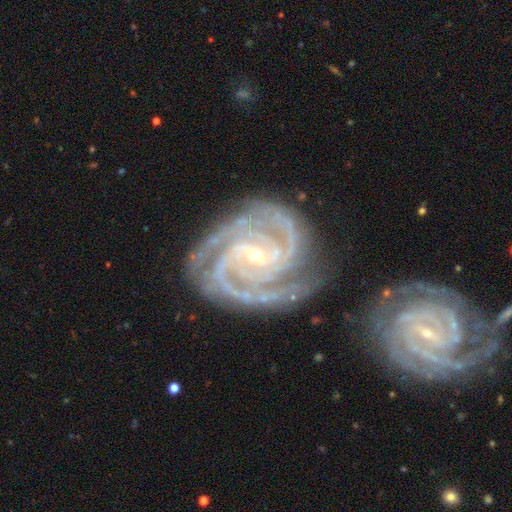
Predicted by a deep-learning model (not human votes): The model was most divided on "spiral arm count": 3: 35%, 2: 26%, 4: 18%, can't tell: 8%, more than 4: 7%, 1: 6%. Remaining: spiral arms — yes (99%); edge-on disk — no (98%); smooth or featured — featured or disk (94%); bulge size — small (79%); merging — none (78%); spiral winding — tight (67%); bar — weak (42%).